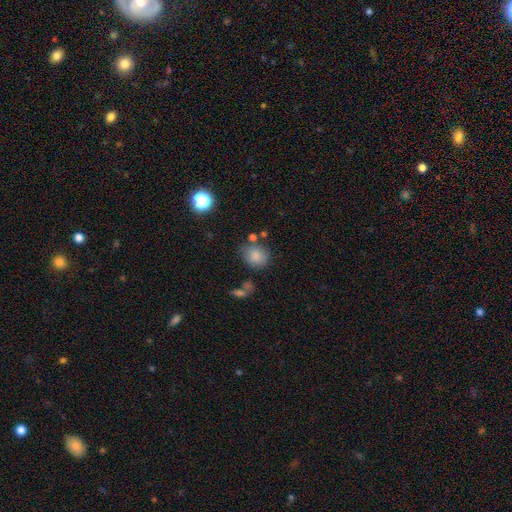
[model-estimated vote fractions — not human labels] Morphology: type=smooth (82%); roundness=round (70%); merging=none (64%).